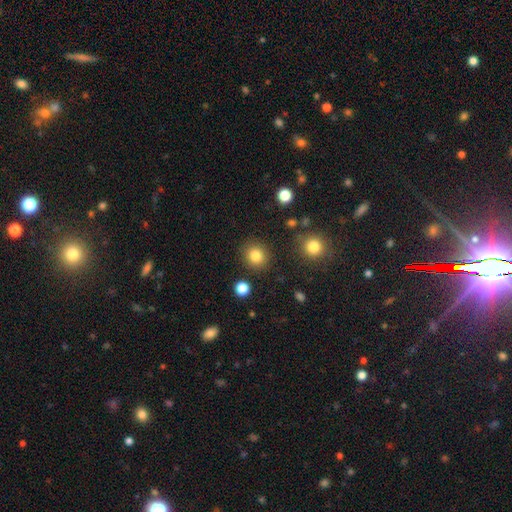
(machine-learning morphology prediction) Overall: smooth (84%). How rounded: round (87%). Merging: none (88%).